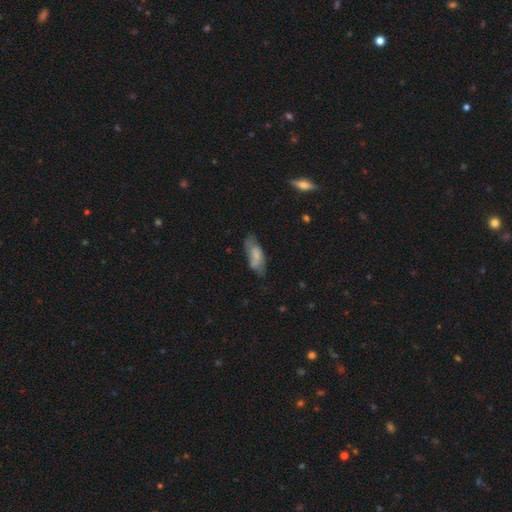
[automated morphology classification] A smooth galaxy with no disk features (63%) that is in between round and cigar-shaped (78%).

Vote fractions:
- Smooth or featured? smooth: 63% / featured or disk: 30% / star or artifact: 7%
- How rounded? in between: 78% / cigar-shaped: 19% / round: 2%
- Merging? none: 51% / minor disturbance: 32% / major disturbance: 14% / merger: 3%